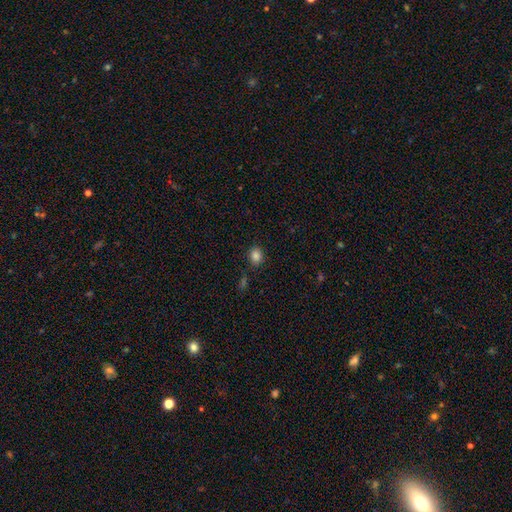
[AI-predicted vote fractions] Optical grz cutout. It shows a smooth galaxy with no disk features (84%) that is round (54%). Merging: none (85%).